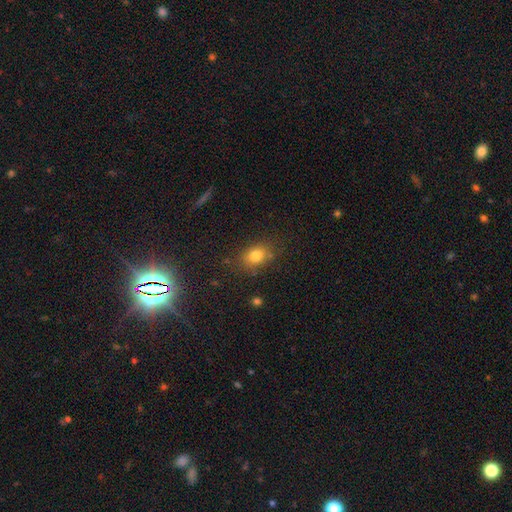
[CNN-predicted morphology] Smooth or featured: smooth — 78% (star or artifact — 14%)
How rounded: in between — 58% (round — 41%)
Merging: none — 79% (minor disturbance — 14%)